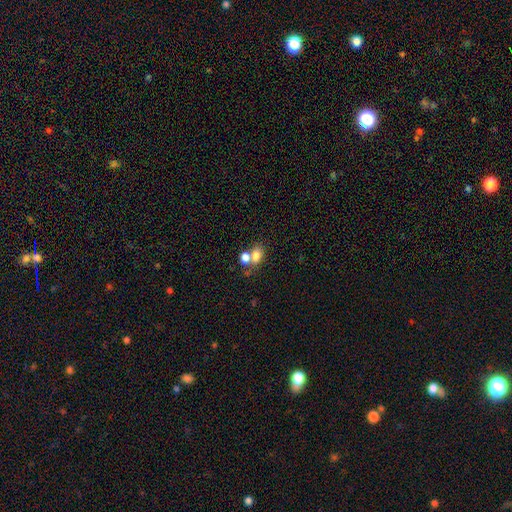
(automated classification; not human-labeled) This appears to be a smooth galaxy with no disk features (76%) that is in between round and cigar-shaped (68%). Merging: merger (45%).